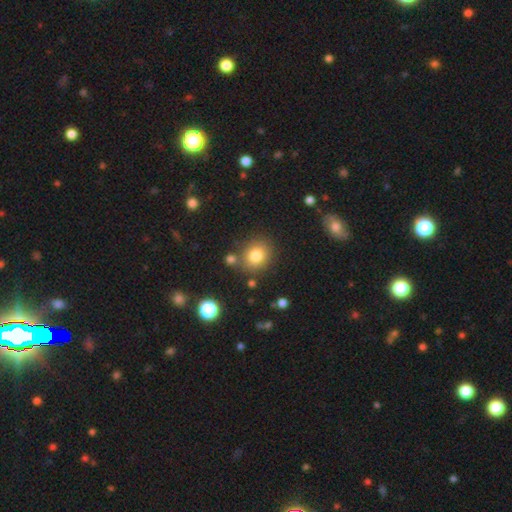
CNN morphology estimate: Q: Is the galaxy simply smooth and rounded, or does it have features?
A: smooth — 81%.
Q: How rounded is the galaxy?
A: round — 70%.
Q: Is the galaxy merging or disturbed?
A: none — 77%.